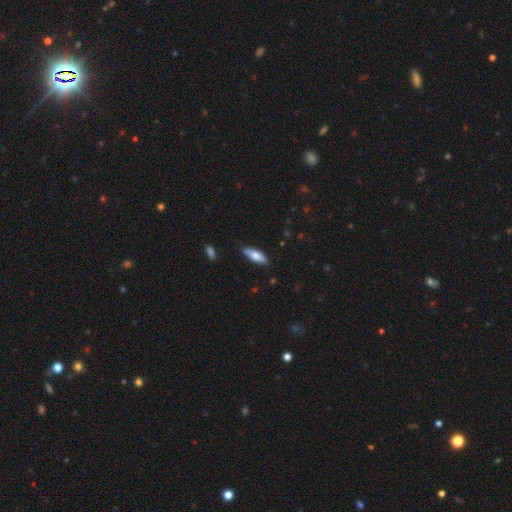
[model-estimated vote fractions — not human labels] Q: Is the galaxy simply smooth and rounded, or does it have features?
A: smooth — 71%.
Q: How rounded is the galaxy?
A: in between — 53%.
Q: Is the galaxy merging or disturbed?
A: none — 81%.